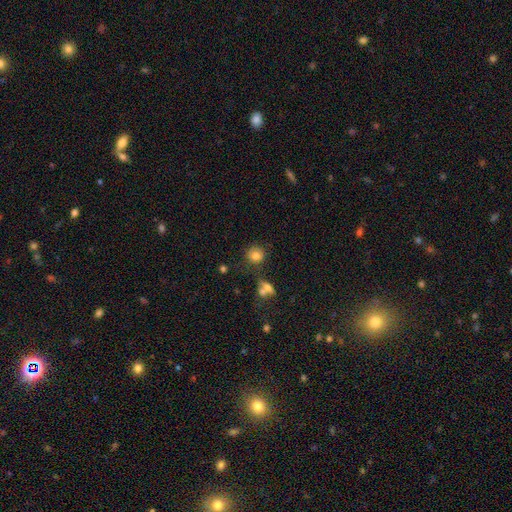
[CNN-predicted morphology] type=smooth (78%); roundness=round (87%); merging=none (74%).